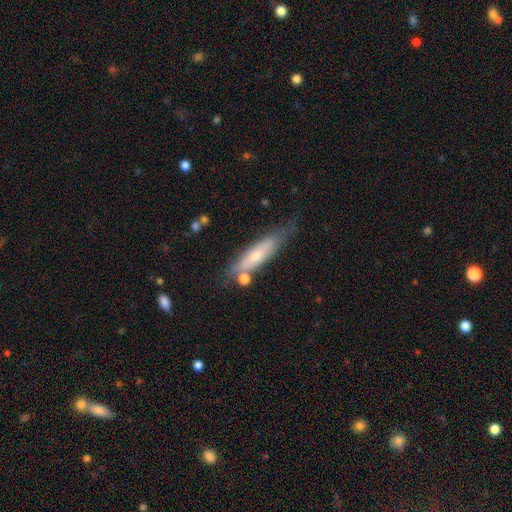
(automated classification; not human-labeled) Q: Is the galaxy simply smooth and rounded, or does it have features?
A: smooth — 52%.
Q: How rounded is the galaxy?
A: cigar-shaped — 74%.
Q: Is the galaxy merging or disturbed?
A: none — 63%.